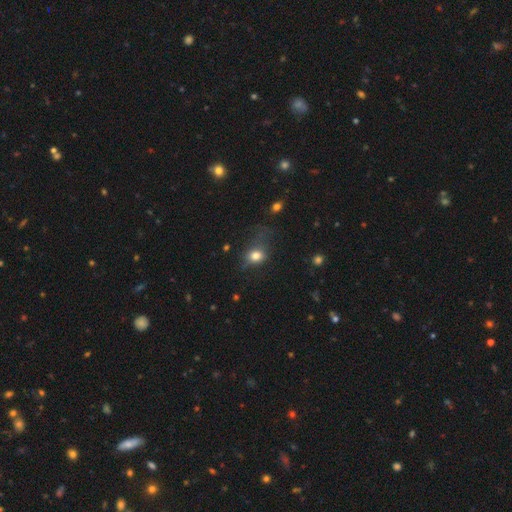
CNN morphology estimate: The model was most divided on "how rounded": round: 54%, in between: 44%, cigar-shaped: 2%. Remaining: smooth or featured — smooth (78%); merging — none (41%).